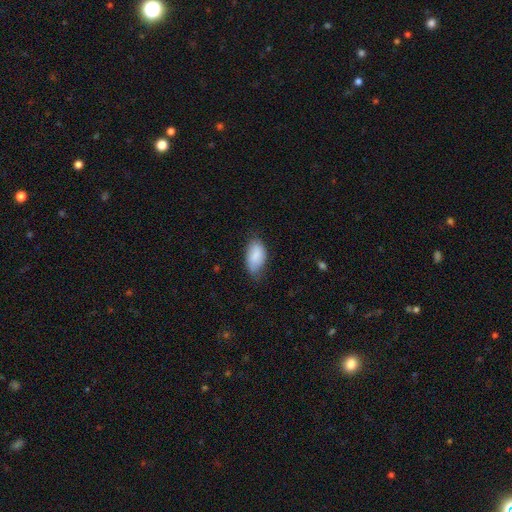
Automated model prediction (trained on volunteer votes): Smooth or featured? smooth (84%)
How rounded? in between (94%)
Merging? none (61%)